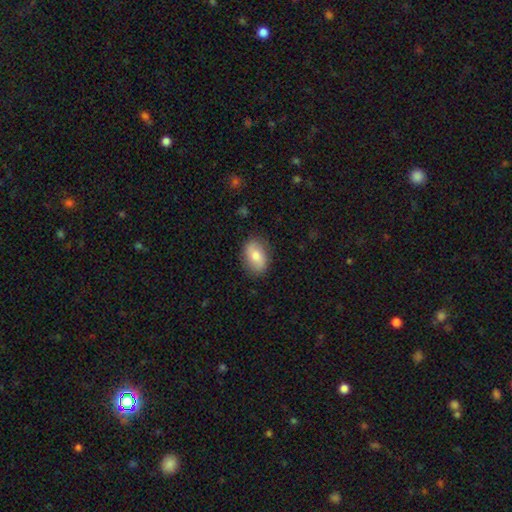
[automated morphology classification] This is likely a smooth galaxy (76%). How rounded: clearly in between (85%). Merging: clearly none (84%).